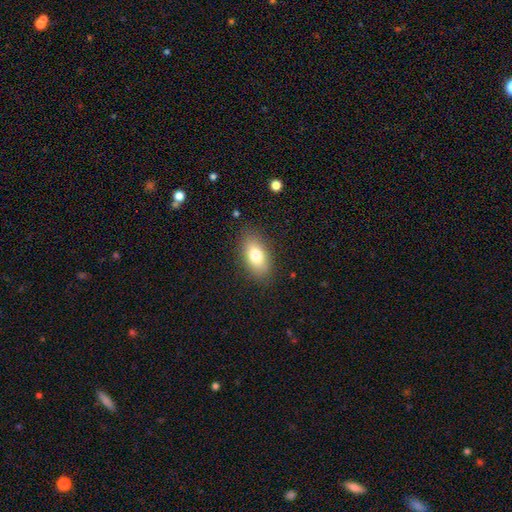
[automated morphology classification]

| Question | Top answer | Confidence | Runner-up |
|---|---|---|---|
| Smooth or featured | smooth | 78% | featured or disk (14%) |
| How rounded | in between | 89% | cigar-shaped (7%) |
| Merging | none | 85% | minor disturbance (11%) |